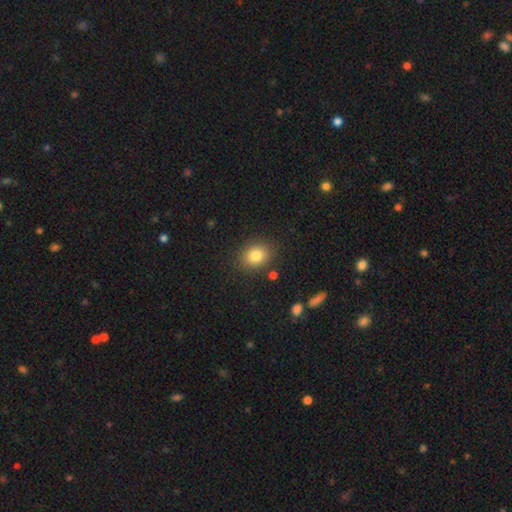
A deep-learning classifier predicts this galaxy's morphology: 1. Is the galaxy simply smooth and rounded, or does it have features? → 82% smooth, 10% star or artifact, 8% featured or disk.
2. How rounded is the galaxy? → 55% round, 44% in between, 1% cigar-shaped.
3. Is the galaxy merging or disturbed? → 84% none, 10% minor disturbance, 3% major disturbance, 3% merger.